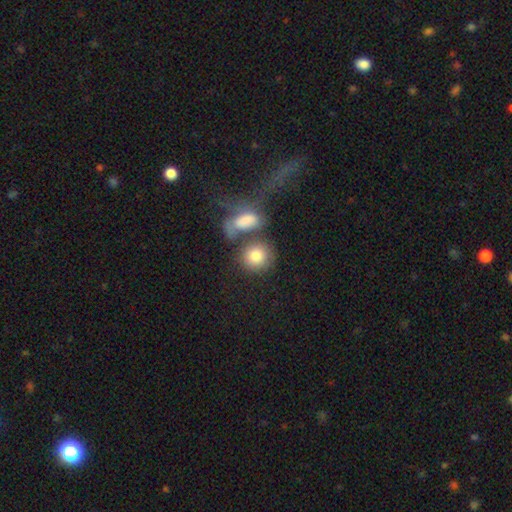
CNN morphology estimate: A smooth galaxy with no disk features (79%) that is round (75%).

Vote fractions:
- Smooth or featured? smooth: 79% / featured or disk: 12% / star or artifact: 9%
- How rounded? round: 75% / in between: 23% / cigar-shaped: 2%
- Merging? none: 46% / merger: 34% / minor disturbance: 12% / major disturbance: 9%